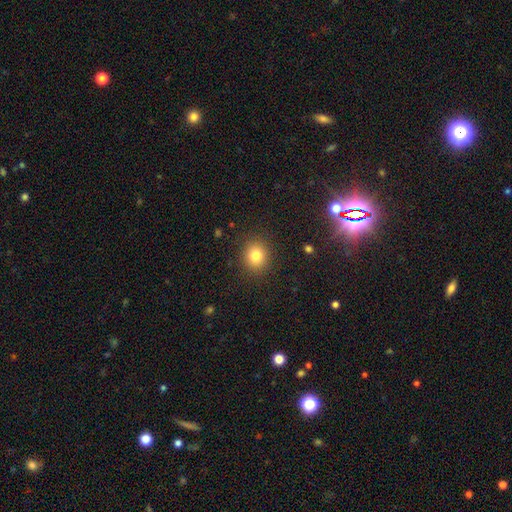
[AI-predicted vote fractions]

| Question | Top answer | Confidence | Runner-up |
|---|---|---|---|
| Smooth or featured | smooth | 81% | star or artifact (12%) |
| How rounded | round | 81% | in between (18%) |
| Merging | none | 89% | minor disturbance (7%) |